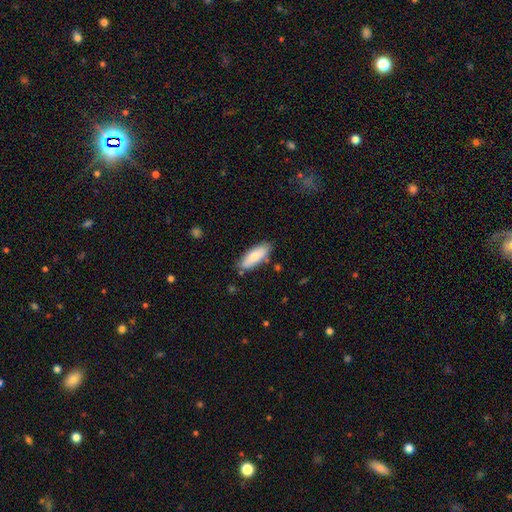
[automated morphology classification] Smooth or featured?
  - smooth: 82% *
  - featured or disk: 13%
  - star or artifact: 6%
How rounded?
  - in between: 66% *
  - cigar-shaped: 32%
  - round: 2%
Merging?
  - none: 79% *
  - minor disturbance: 15%
  - merger: 3%
  - major disturbance: 3%